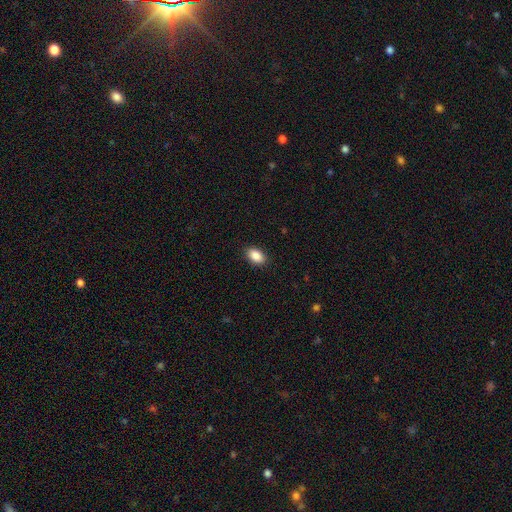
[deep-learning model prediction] Q: Smooth or featured?
A: smooth (89%); runner-up: star or artifact (7%)
Q: How rounded?
A: in between (89%); runner-up: round (9%)
Q: Merging?
A: none (89%); runner-up: minor disturbance (8%)